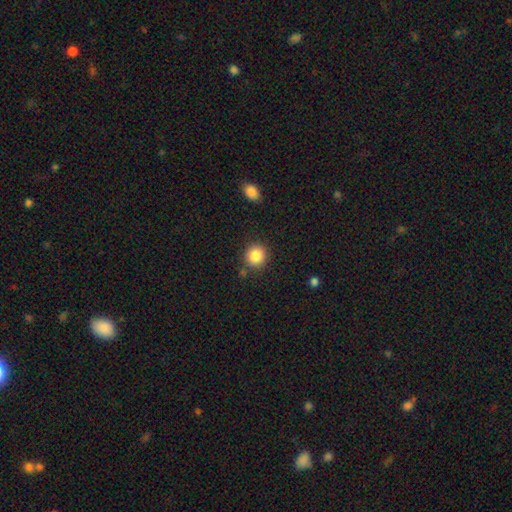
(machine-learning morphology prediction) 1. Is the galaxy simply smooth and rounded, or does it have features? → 86% smooth, 9% star or artifact, 5% featured or disk.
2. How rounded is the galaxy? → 90% round, 9% in between, 1% cigar-shaped.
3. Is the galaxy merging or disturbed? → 86% none, 8% minor disturbance, 4% merger, 3% major disturbance.